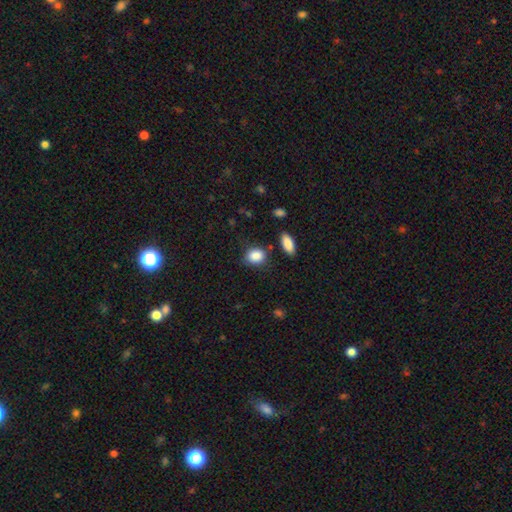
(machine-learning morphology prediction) Smooth or featured? Predicted: smooth (p=0.88). How rounded? Predicted: in between (p=0.57). Merging? Predicted: none (p=0.75).